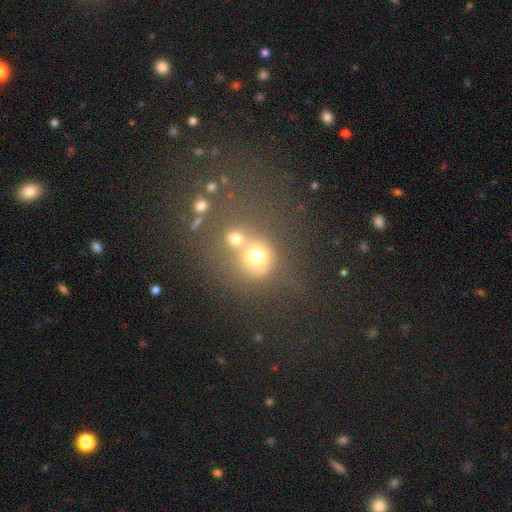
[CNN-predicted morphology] A smooth galaxy with no disk features (54%) that is round (71%).

Vote fractions:
- Smooth or featured? smooth: 54% / star or artifact: 28% / featured or disk: 18%
- How rounded? round: 71% / in between: 28% / cigar-shaped: 1%
- Merging? merger: 42% / none: 38% / minor disturbance: 11% / major disturbance: 10%